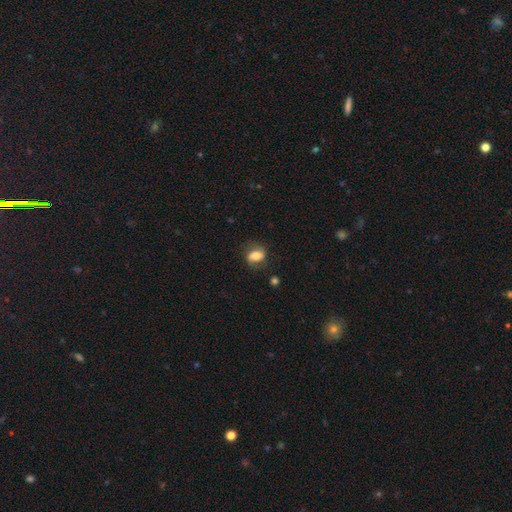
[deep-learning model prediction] Smooth or featured? Predicted: smooth (p=0.59). How rounded? Predicted: in between (p=0.73). Merging? Predicted: none (p=0.69).